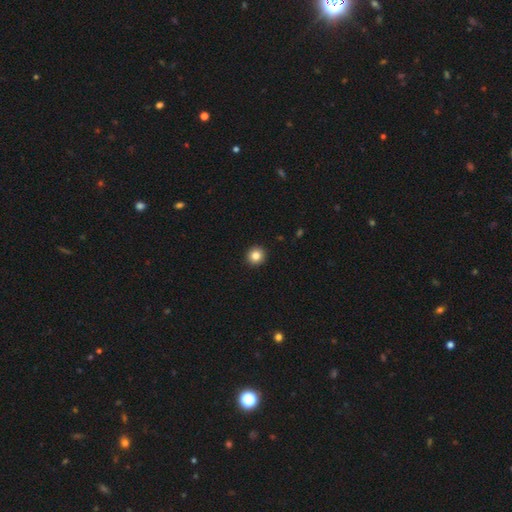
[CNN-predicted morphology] The model was most divided on "smooth or featured": smooth: 85%, star or artifact: 10%, featured or disk: 5%. More confident: merging — none (94%); how rounded — round (93%).